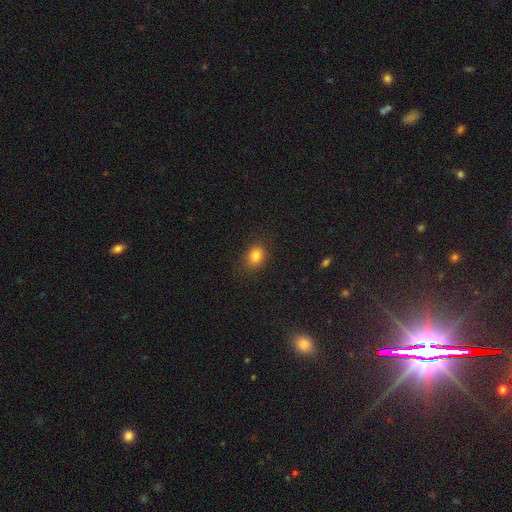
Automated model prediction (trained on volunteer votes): Q: Smooth or featured?
A: smooth (83%); runner-up: star or artifact (11%)
Q: How rounded?
A: in between (51%); runner-up: round (48%)
Q: Merging?
A: none (82%); runner-up: minor disturbance (13%)